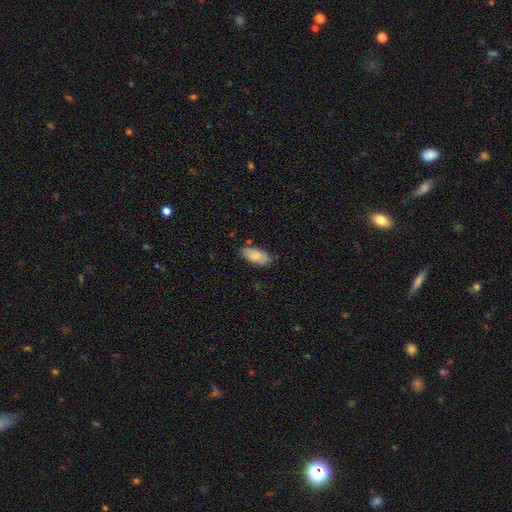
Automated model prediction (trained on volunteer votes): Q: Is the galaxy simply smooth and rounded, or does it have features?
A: smooth — 76%.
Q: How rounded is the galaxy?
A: in between — 92%.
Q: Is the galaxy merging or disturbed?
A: none — 72%.